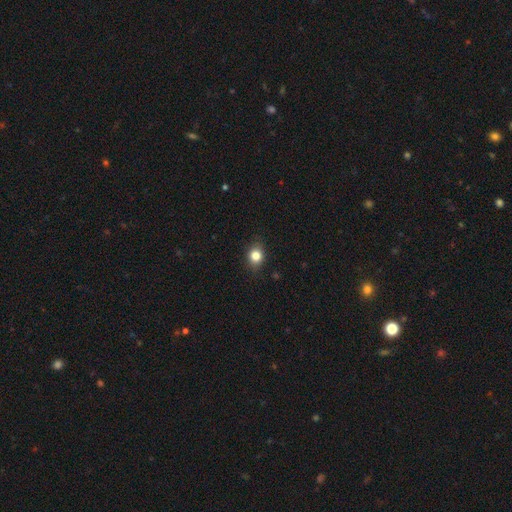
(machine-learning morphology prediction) smooth-or-featured: smooth: 83% | star or artifact: 11% | featured or disk: 7%
  how-rounded: round: 58% | in between: 41% | cigar-shaped: 1%
  merging: none: 84% | minor disturbance: 12% | major disturbance: 3% | merger: 1%